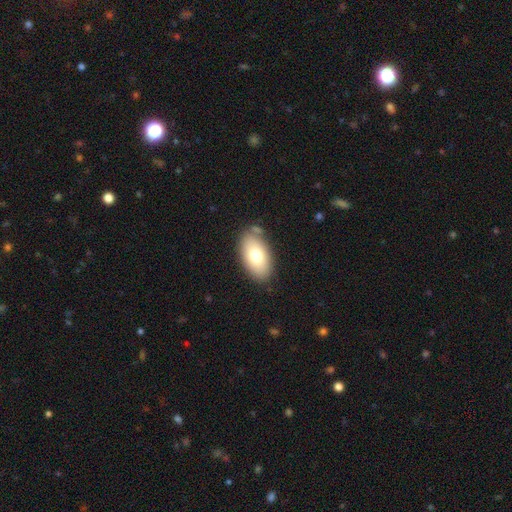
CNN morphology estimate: Smooth or featured: smooth — 74% (featured or disk — 19%)
How rounded: in between — 93% (round — 5%)
Merging: none — 78% (minor disturbance — 14%)